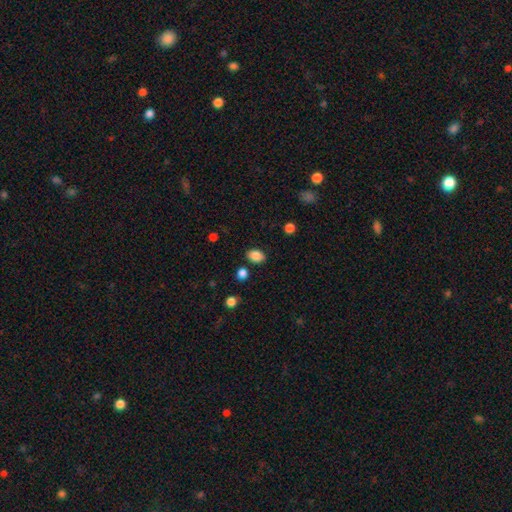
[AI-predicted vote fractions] Q: Smooth or featured?
A: smooth (86%); runner-up: star or artifact (9%)
Q: How rounded?
A: in between (79%); runner-up: round (20%)
Q: Merging?
A: none (83%); runner-up: minor disturbance (11%)